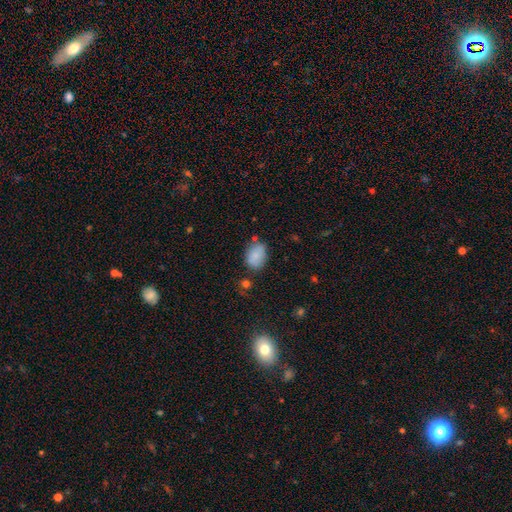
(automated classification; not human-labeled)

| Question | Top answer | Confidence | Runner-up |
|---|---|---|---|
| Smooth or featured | smooth | 84% | star or artifact (8%) |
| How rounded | in between | 77% | round (22%) |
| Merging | none | 69% | minor disturbance (21%) |